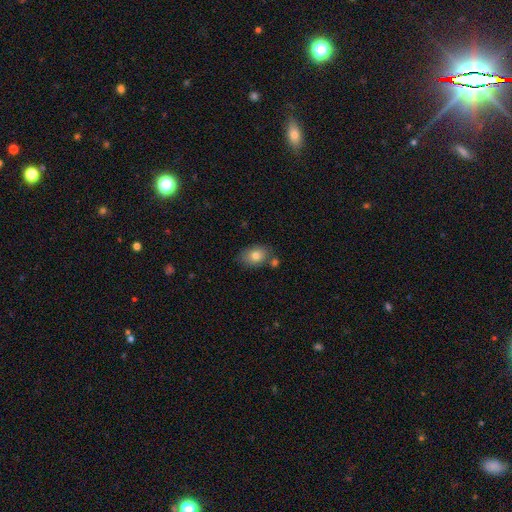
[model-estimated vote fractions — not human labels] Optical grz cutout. It shows a smooth galaxy with no disk features (79%) that is in between round and cigar-shaped (74%). Merging: none (72%).